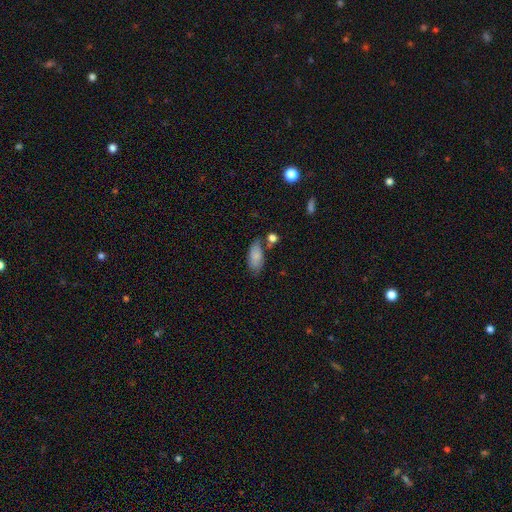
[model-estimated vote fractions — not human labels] Morphology: type=smooth (83%); roundness=in between (89%); merging=none (65%).